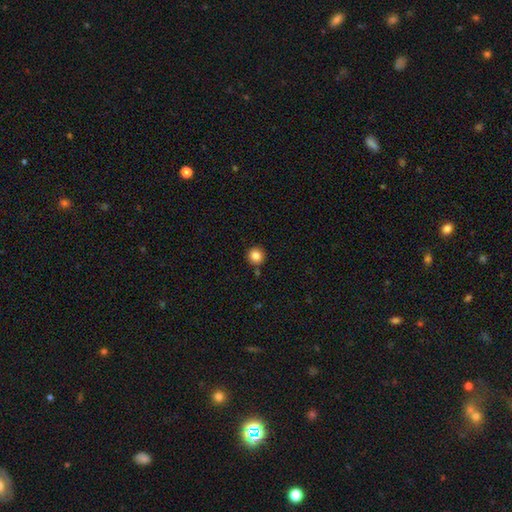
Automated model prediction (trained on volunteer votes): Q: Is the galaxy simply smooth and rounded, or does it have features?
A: smooth — 85%.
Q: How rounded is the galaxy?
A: round — 95%.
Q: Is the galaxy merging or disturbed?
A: none — 87%.